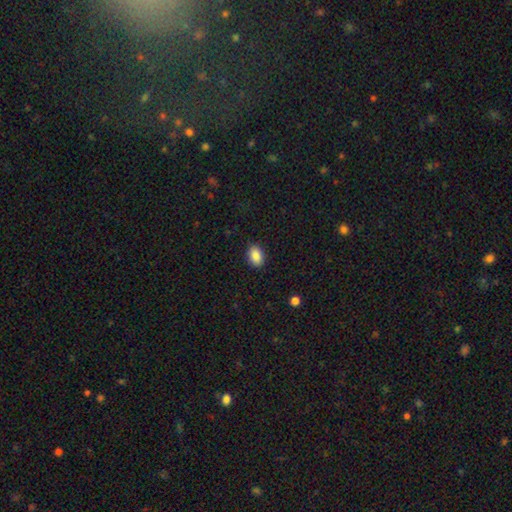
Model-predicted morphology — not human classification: Overall: smooth (89%). How rounded: in between (85%). Merging: none (88%).